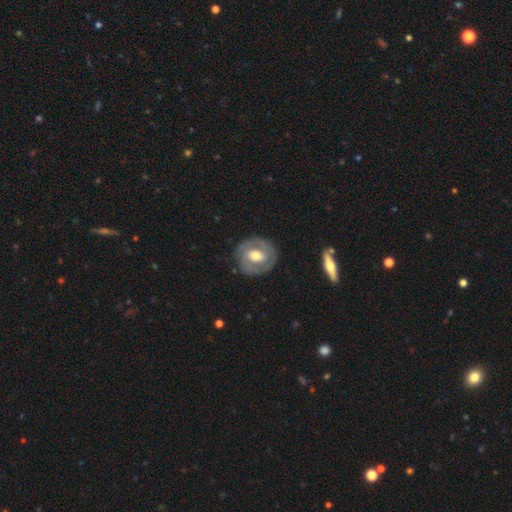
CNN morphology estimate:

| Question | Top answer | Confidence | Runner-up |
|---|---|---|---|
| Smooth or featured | featured or disk | 69% | smooth (26%) |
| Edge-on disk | no | 96% | yes (4%) |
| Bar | weak | 41% | no (39%) |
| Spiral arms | yes | 68% | no (32%) |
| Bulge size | moderate | 69% | small (15%) |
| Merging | none | 81% | minor disturbance (13%) |